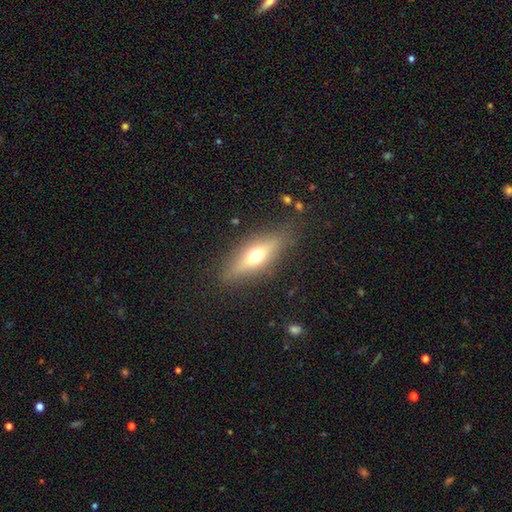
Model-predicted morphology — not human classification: type=featured or disk (48%); merging=none (83%).